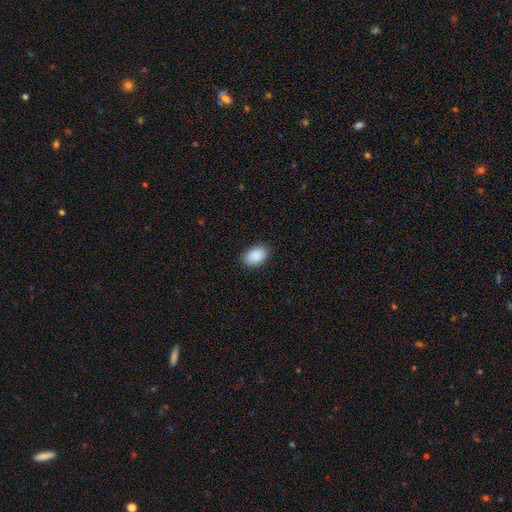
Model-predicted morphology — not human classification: Smooth or featured? Predicted: smooth (p=0.91). How rounded? Predicted: in between (p=0.88). Merging? Predicted: none (p=0.88).